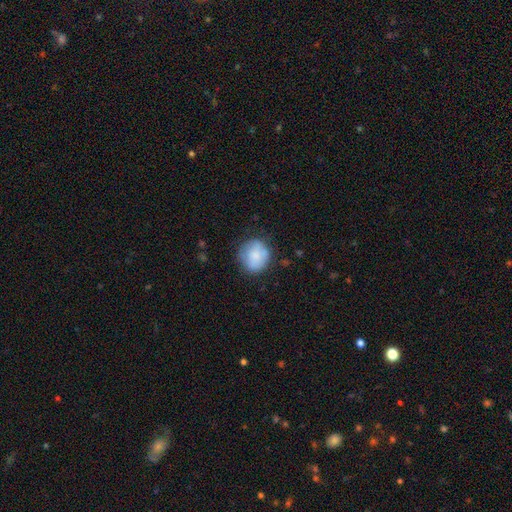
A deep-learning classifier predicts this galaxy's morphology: Smooth or featured? smooth (76%)
How rounded? round (84%)
Merging? none (69%)